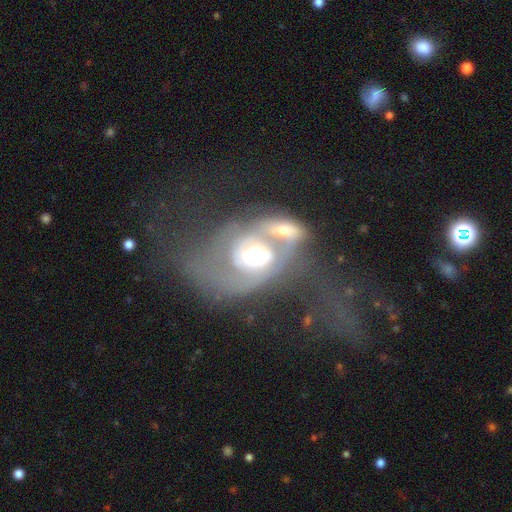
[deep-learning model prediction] Smooth or featured? featured or disk (77%)
Edge-on disk? no (95%)
Bar? no (58%)
Spiral arms? yes (80%)
Spiral winding? medium (38%)
Spiral arm count? 2 (53%)
Bulge size? moderate (65%)
Merging? merger (64%)